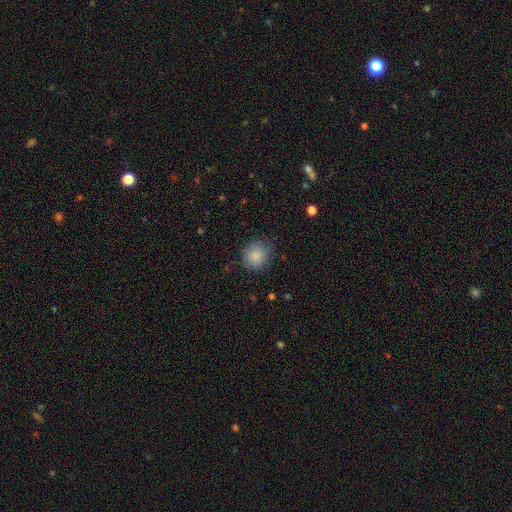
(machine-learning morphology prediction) type=smooth (85%); roundness=round (86%); merging=none (78%).